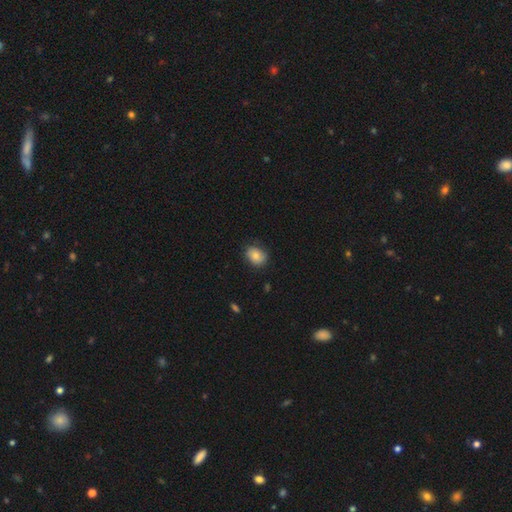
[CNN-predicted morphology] Smooth or featured? smooth (81%)
How rounded? in between (59%)
Merging? none (77%)